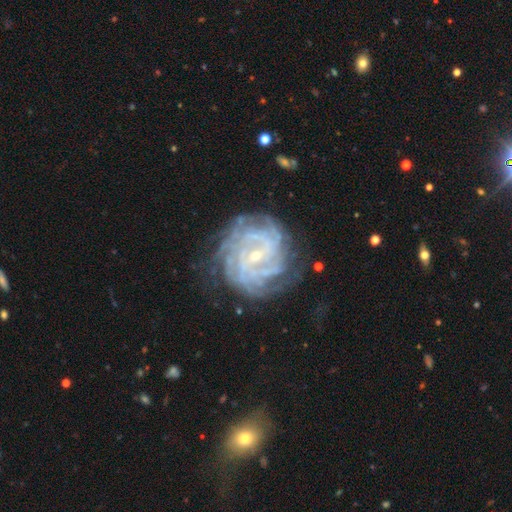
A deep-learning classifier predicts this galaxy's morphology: Smooth or featured?
  - featured or disk: 89% *
  - star or artifact: 6%
  - smooth: 5%
Edge-on disk?
  - no: 97% *
  - yes: 3%
Bar?
  - weak: 43% *
  - no: 38%
  - strong: 19%
Spiral arms?
  - yes: 97% *
  - no: 3%
Spiral winding?
  - tight: 76% *
  - medium: 20%
  - loose: 4%
Spiral arm count?
  - can't tell: 27% *
  - 4: 23%
  - more than 4: 21%
  - 3: 11%
  - 2: 10%
  - 1: 7%
Bulge size?
  - small: 82% *
  - moderate: 14%
  - none: 2%
  - large: 1%
  - dominant: 1%
Merging?
  - none: 73% *
  - minor disturbance: 17%
  - major disturbance: 8%
  - merger: 2%